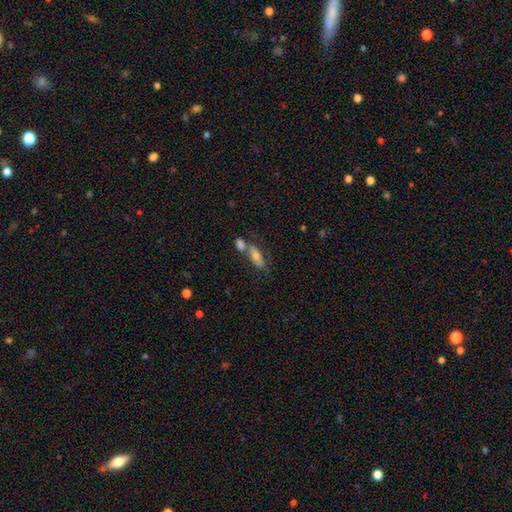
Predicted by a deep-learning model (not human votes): Smooth or featured? Predicted: smooth (p=0.56). How rounded? Predicted: in between (p=0.71). Merging? Predicted: none (p=0.43).